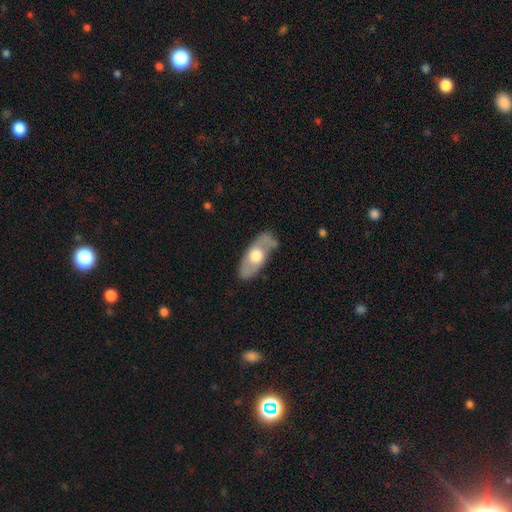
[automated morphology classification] featured or disk 50%, smooth 45%, star or artifact 5%. Down the decision tree: edge-on disk — no (72%); merging — none (69%).